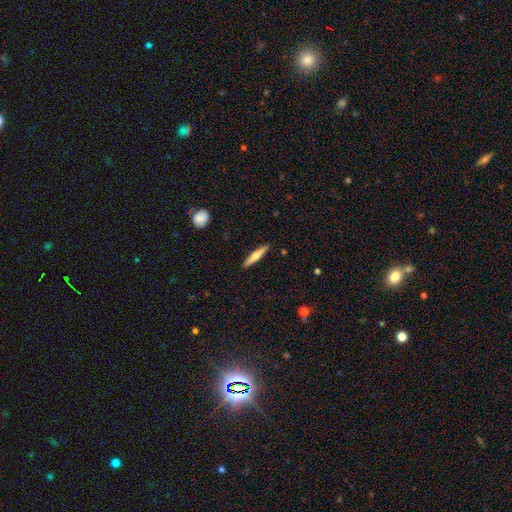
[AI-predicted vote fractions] Smooth or featured?
  - smooth: 49% *
  - featured or disk: 45%
  - star or artifact: 6%
Merging?
  - none: 90% *
  - minor disturbance: 7%
  - major disturbance: 2%
  - merger: 1%